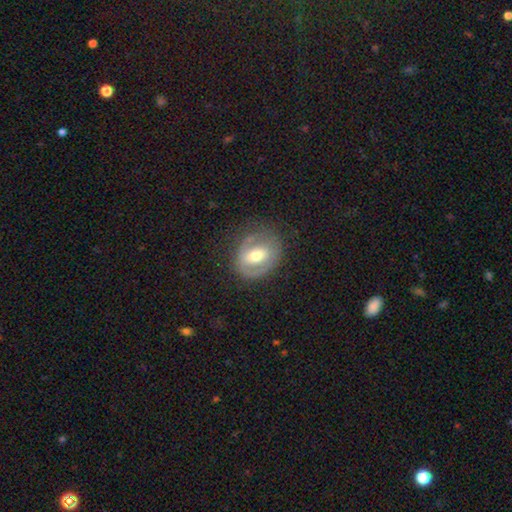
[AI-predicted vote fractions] Smooth or featured? featured or disk (59%)
Edge-on disk? no (94%)
Bar? no (42%)
Spiral arms? no (57%)
Bulge size? moderate (68%)
Merging? none (64%)